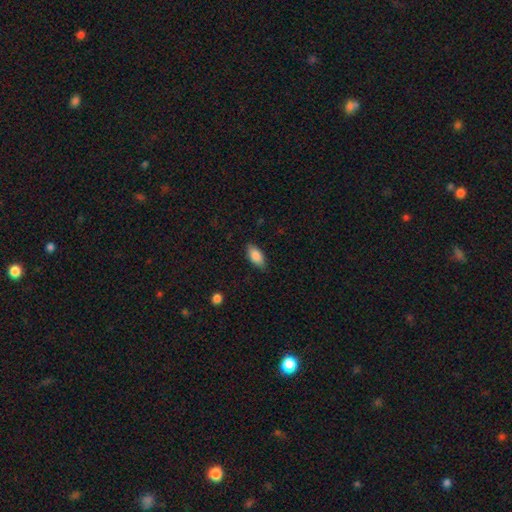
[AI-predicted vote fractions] A smooth galaxy with no disk features (84%) that is in between round and cigar-shaped (88%).

Vote fractions:
- Smooth or featured? smooth: 84% / featured or disk: 9% / star or artifact: 7%
- How rounded? in between: 88% / cigar-shaped: 10% / round: 3%
- Merging? none: 84% / minor disturbance: 13% / major disturbance: 3% / merger: 1%